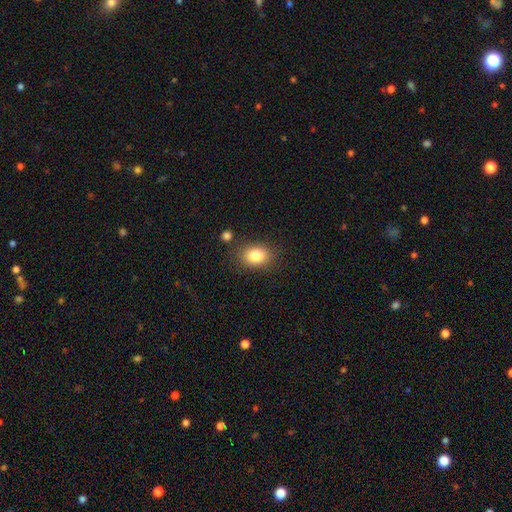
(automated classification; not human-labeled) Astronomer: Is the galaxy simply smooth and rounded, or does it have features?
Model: smooth — 83%.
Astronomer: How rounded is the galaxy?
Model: in between — 65%.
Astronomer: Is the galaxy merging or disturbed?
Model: none — 81%.